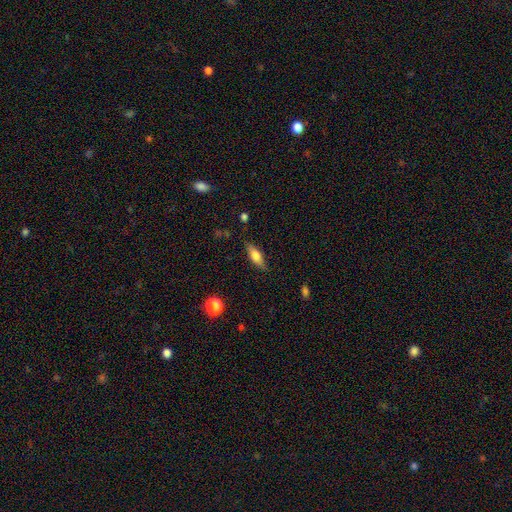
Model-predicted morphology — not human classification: This appears to be a smooth galaxy with no disk features (64%) that is in between round and cigar-shaped (62%). Merging: none (82%).